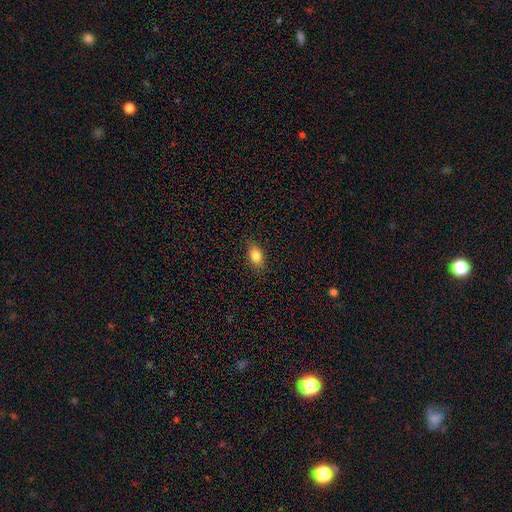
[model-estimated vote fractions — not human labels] Smooth or featured: smooth — 84% (star or artifact — 9%)
How rounded: in between — 82% (round — 14%)
Merging: none — 84% (minor disturbance — 12%)